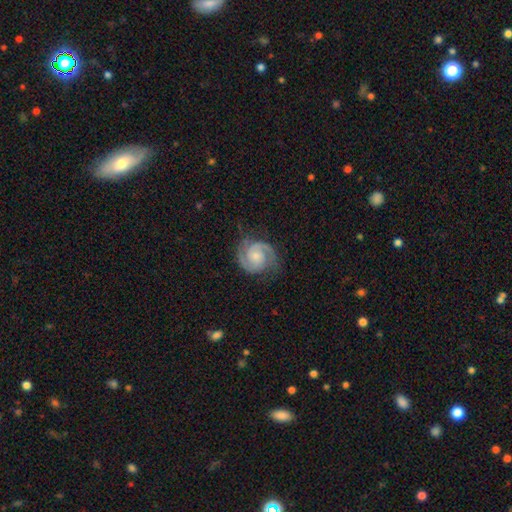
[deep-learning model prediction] Morphology: type=featured or disk (88%); edge-on=no (98%); bar=no (67%); spiral arms=yes (98%); winding=tight (50%); arm count=2 (91%); bulge=small (59%); merging=none (76%).